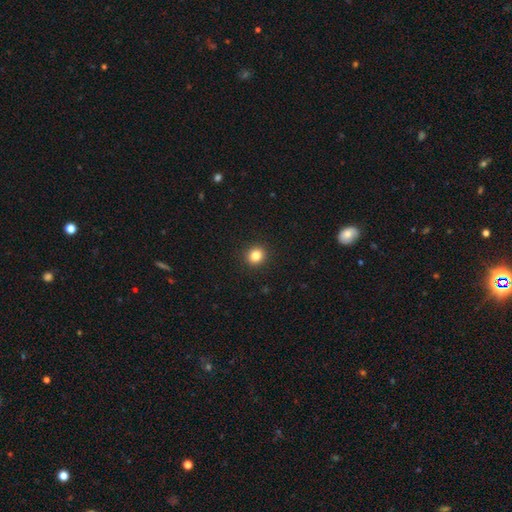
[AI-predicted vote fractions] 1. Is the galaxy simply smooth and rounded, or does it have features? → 83% smooth, 12% star or artifact, 5% featured or disk.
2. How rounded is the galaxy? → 88% round, 12% in between, 1% cigar-shaped.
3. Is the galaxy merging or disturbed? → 93% none, 5% minor disturbance, 2% major disturbance, 1% merger.